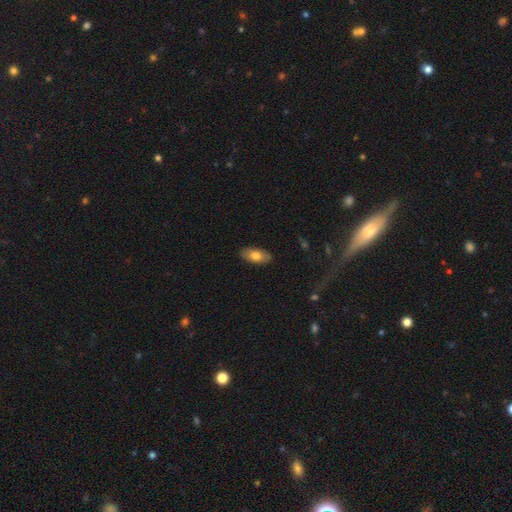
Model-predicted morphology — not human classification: smooth_or_featured: smooth (p=0.74) [alt: featured or disk p=0.20]
how_rounded: in between (p=0.92) [alt: cigar-shaped p=0.04]
merging: none (p=0.88) [alt: minor disturbance p=0.09]